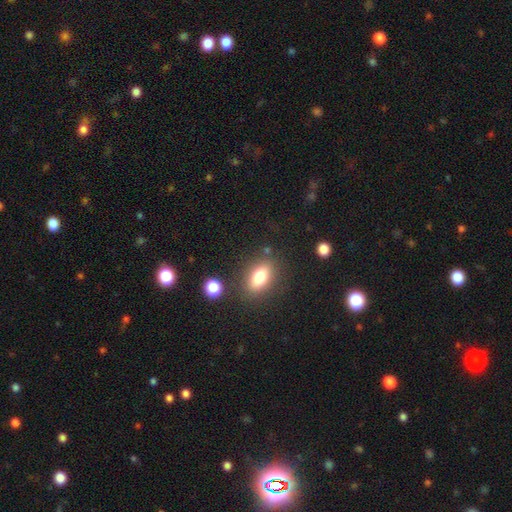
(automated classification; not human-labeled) Smooth or featured? smooth (60%)
How rounded? round (51%)
Merging? none (85%)